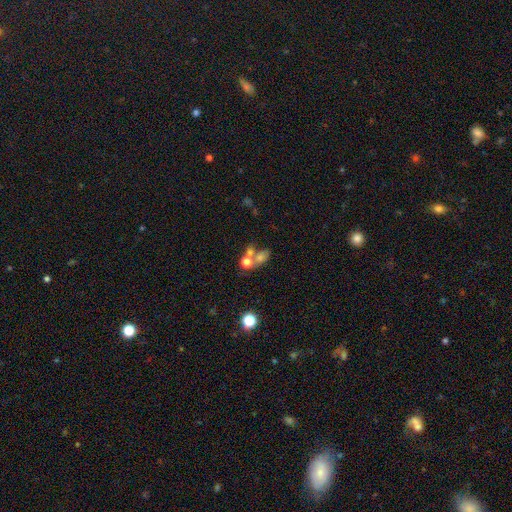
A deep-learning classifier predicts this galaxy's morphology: smooth-or-featured: smooth: 56% | featured or disk: 23% | star or artifact: 21%
  how-rounded: round: 50% | in between: 47% | cigar-shaped: 3%
  merging: merger: 49% | none: 34% | minor disturbance: 9% | major disturbance: 8%